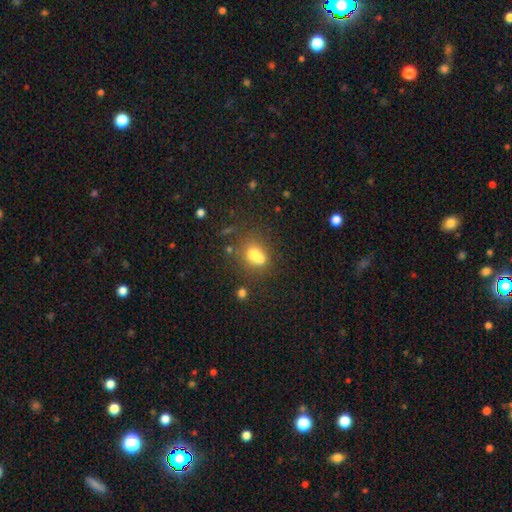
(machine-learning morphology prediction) The model was most divided on "merging": merger: 38%, none: 37%, minor disturbance: 15%, major disturbance: 10%. More confident: smooth or featured — smooth (65%); how rounded — in between (59%).